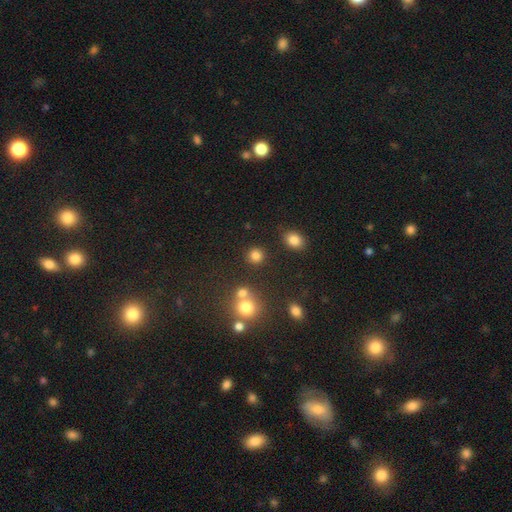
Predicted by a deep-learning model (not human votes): Smooth or featured? Predicted: smooth (p=0.82). How rounded? Predicted: round (p=0.88). Merging? Predicted: none (p=0.84).